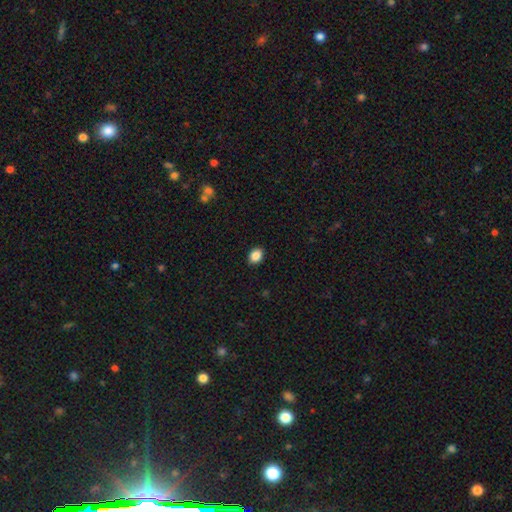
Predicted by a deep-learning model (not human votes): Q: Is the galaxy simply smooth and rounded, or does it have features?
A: smooth — 88%.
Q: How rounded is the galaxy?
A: in between — 59%.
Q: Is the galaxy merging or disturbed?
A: none — 91%.